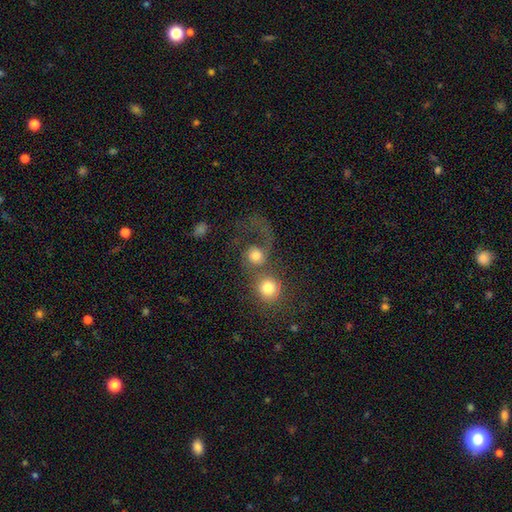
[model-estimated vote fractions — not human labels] smooth-or-featured: smooth: 59% | featured or disk: 30% | star or artifact: 11%
  how-rounded: round: 81% | in between: 18% | cigar-shaped: 1%
  merging: merger: 57% | none: 20% | major disturbance: 17% | minor disturbance: 7%